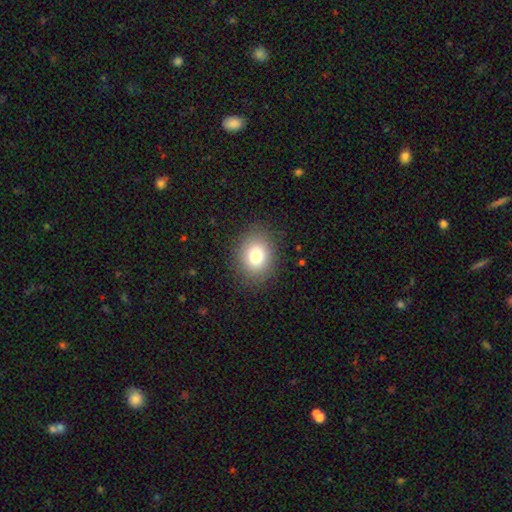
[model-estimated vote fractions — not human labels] smooth 78%, star or artifact 11%, featured or disk 11%. Down the decision tree: how rounded — round (54%); merging — none (86%).